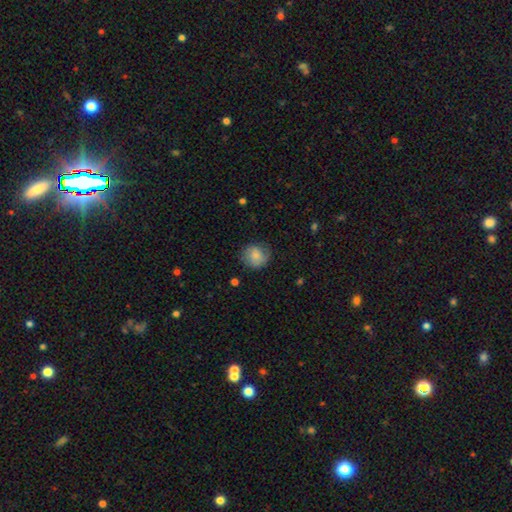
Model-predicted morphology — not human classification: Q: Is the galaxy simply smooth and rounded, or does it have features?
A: smooth — 78%.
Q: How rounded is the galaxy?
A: round — 86%.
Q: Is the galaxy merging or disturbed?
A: none — 74%.